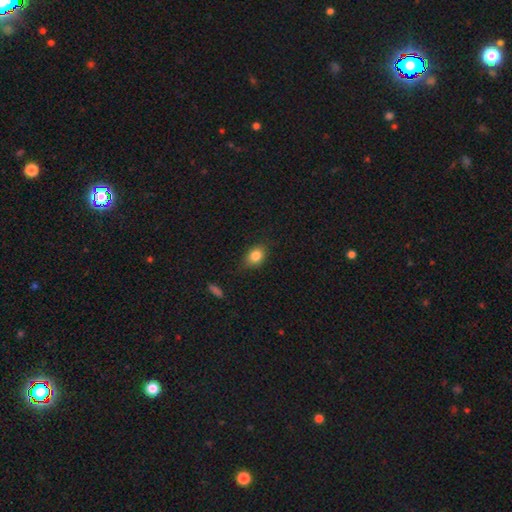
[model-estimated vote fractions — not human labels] smooth_or_featured: smooth (p=0.82) [alt: star or artifact p=0.10]
how_rounded: in between (p=0.58) [alt: round p=0.40]
merging: none (p=0.79) [alt: minor disturbance p=0.16]